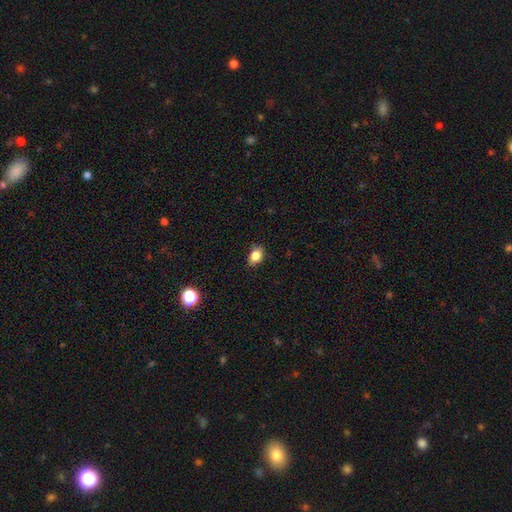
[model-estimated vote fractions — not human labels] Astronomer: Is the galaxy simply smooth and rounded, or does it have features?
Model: smooth — 83%.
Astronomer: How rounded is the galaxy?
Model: in between — 78%.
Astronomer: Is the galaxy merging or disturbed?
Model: none — 84%.